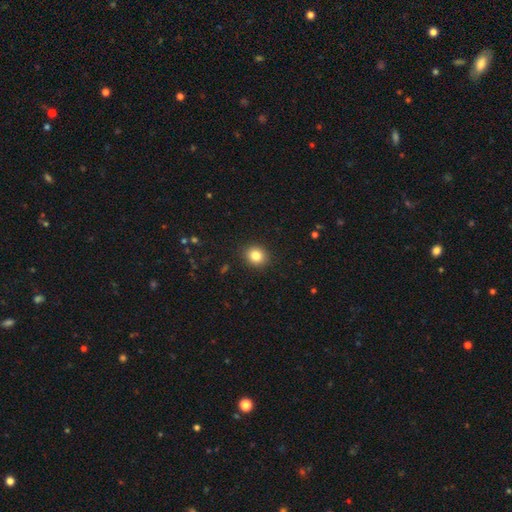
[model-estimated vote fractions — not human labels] This is clearly a smooth galaxy (84%). How rounded: likely round (77%). Merging: clearly none (91%).